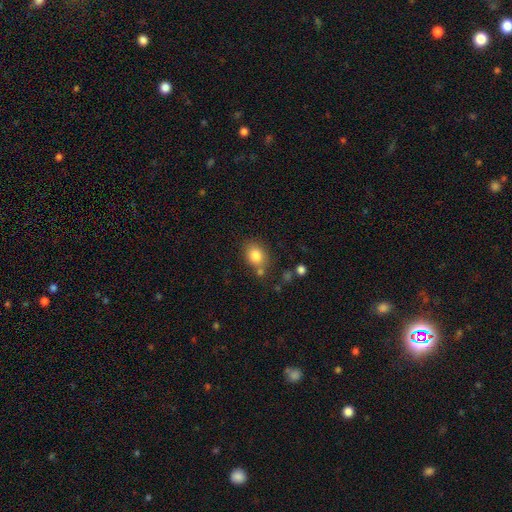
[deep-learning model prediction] This appears to be a smooth galaxy with no disk features (82%) that is in between round and cigar-shaped (54%). Merging: none (67%).